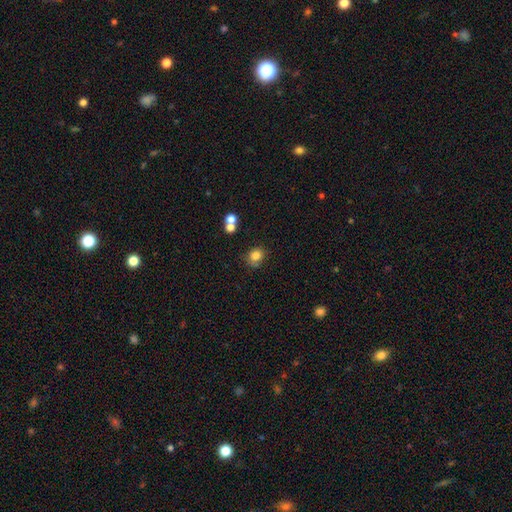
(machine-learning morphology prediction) Smooth or featured? Predicted: smooth (p=0.81). How rounded? Predicted: round (p=0.69). Merging? Predicted: none (p=0.70).